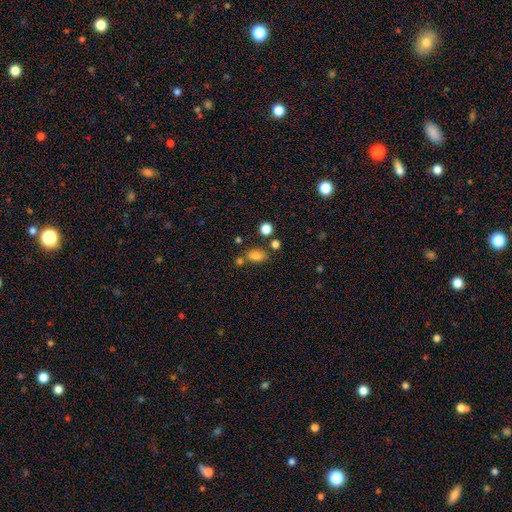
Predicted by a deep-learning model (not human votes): Smooth or featured?
  - smooth: 79% *
  - star or artifact: 13%
  - featured or disk: 8%
How rounded?
  - in between: 79% *
  - round: 18%
  - cigar-shaped: 2%
Merging?
  - none: 66% *
  - merger: 15%
  - minor disturbance: 14%
  - major disturbance: 5%